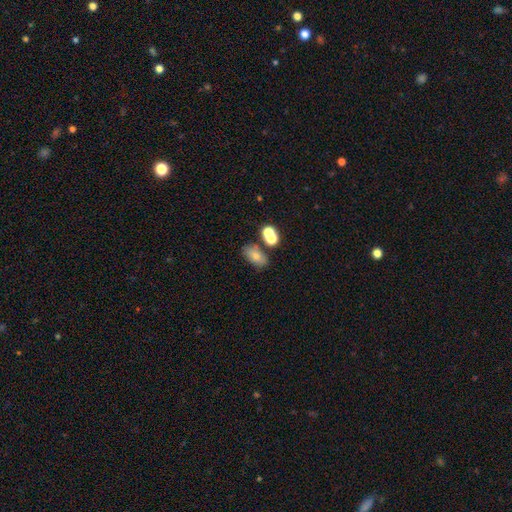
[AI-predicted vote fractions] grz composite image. It shows a smooth galaxy with no disk features (71%) that is in between round and cigar-shaped (85%). Merging: none (61%).